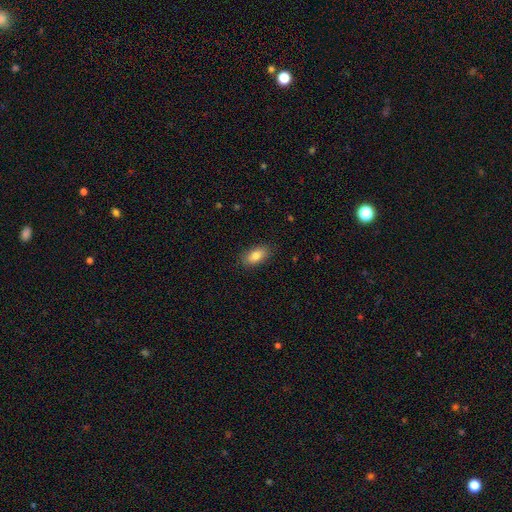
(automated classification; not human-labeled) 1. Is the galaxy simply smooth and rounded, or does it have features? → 82% smooth, 11% featured or disk, 7% star or artifact.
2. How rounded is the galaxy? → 90% in between, 6% cigar-shaped, 5% round.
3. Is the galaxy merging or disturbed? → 87% none, 10% minor disturbance, 2% major disturbance, 1% merger.